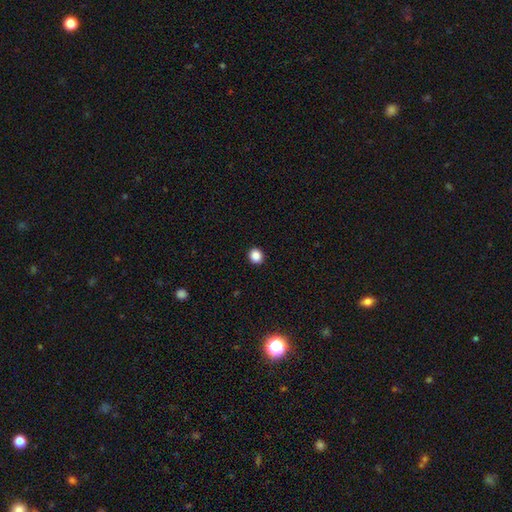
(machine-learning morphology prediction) The model was most divided on "how rounded": round: 85%, in between: 15%, cigar-shaped: 1%. More confident: merging — none (93%); smooth or featured — smooth (87%).